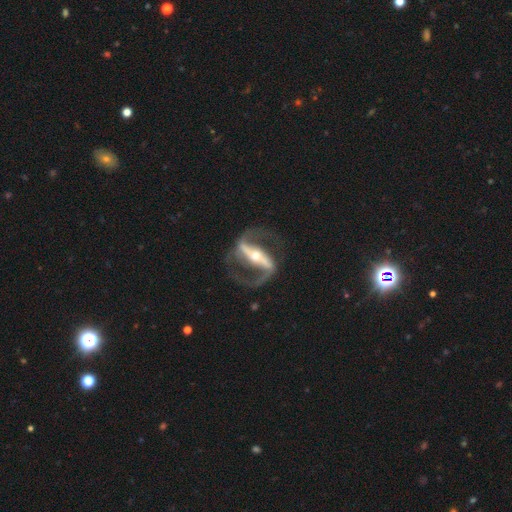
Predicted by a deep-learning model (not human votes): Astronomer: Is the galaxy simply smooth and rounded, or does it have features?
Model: featured or disk — 91%.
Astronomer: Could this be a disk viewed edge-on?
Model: no — 89%.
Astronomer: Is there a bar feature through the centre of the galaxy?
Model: strong — 80%.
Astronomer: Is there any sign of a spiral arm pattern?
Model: yes — 93%.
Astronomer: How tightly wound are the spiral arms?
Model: medium — 49% (runner-up: loose, 37%).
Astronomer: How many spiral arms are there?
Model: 2 — 93%.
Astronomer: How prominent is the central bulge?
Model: moderate — 48% (runner-up: small, 45%).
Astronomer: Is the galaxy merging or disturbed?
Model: none — 75%.